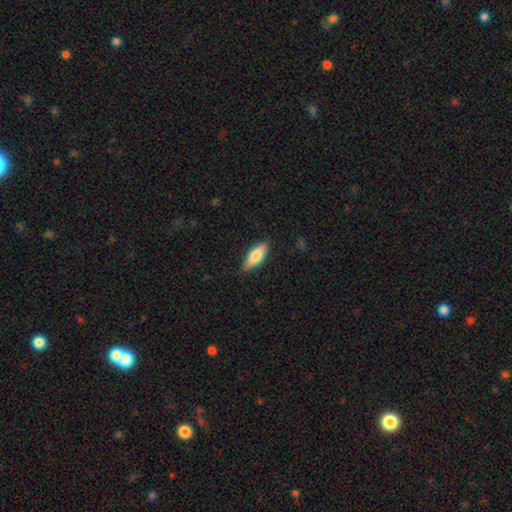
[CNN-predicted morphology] This appears to be a smooth galaxy with no disk features (77%) that is in between round and cigar-shaped (64%). Merging: none (85%).